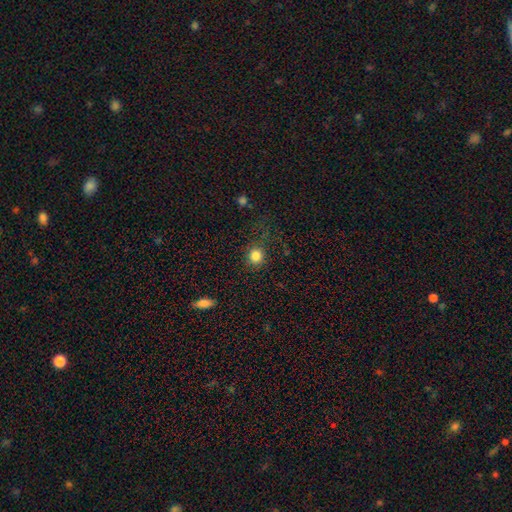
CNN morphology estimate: This is clearly a smooth galaxy (83%). How rounded: clearly round (86%). Merging: likely none (79%).